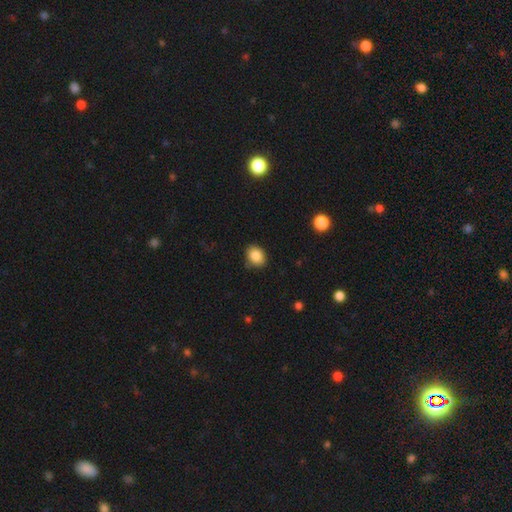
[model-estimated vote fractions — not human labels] smooth_or_featured: smooth (p=0.86) [alt: star or artifact p=0.09]
how_rounded: in between (p=0.54) [alt: round p=0.45]
merging: none (p=0.82) [alt: minor disturbance p=0.14]